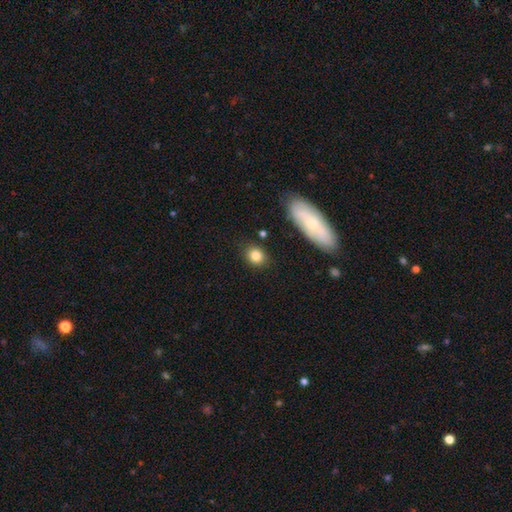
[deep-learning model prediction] Smooth or featured: smooth — 83% (star or artifact — 10%)
How rounded: round — 68% (in between — 30%)
Merging: none — 84% (minor disturbance — 10%)